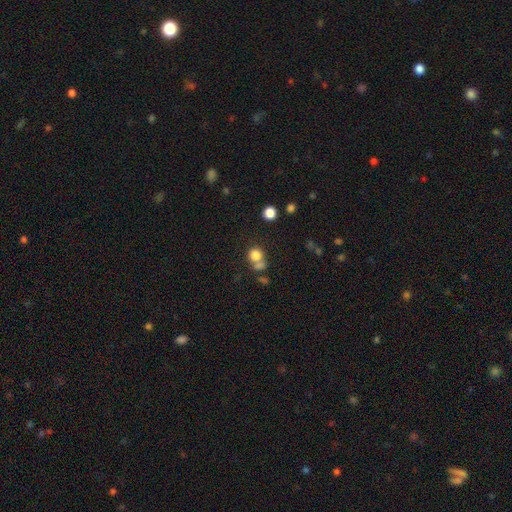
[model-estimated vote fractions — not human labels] A smooth galaxy with no disk features (79%) that is round (82%). Merging: none (45%).